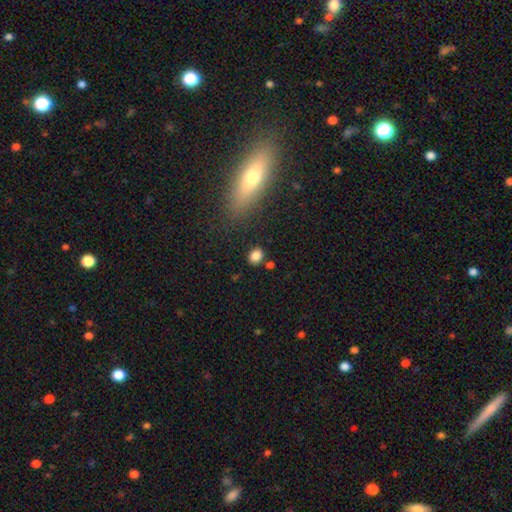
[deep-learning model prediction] Q: Smooth or featured?
A: smooth (84%); runner-up: star or artifact (11%)
Q: How rounded?
A: in between (59%); runner-up: round (40%)
Q: Merging?
A: none (80%); runner-up: minor disturbance (11%)